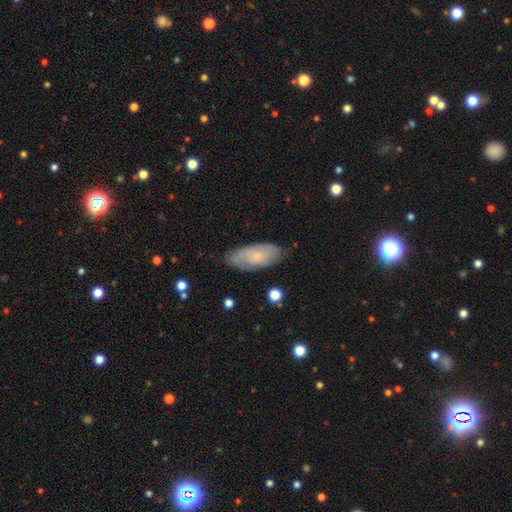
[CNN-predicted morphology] Smooth or featured? smooth (53%)
How rounded? in between (81%)
Merging? none (73%)